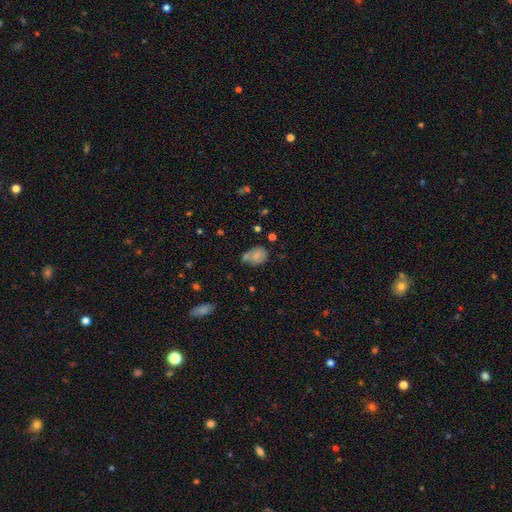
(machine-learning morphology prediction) Smooth or featured? smooth (65%)
How rounded? in between (58%)
Merging? none (47%)